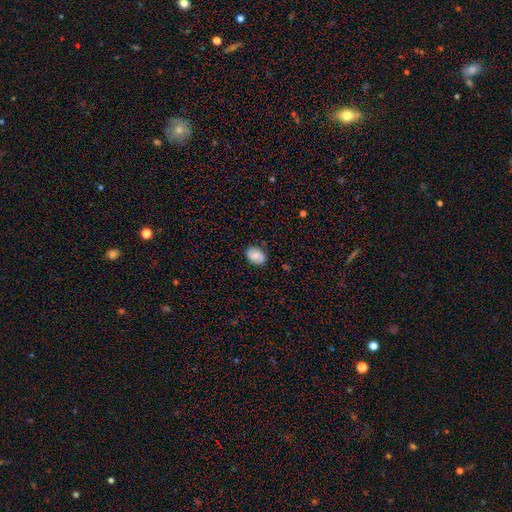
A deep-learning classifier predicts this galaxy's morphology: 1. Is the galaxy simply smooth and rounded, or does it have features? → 66% smooth, 27% featured or disk, 8% star or artifact.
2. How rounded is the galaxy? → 74% in between, 25% round, 1% cigar-shaped.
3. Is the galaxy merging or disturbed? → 82% none, 14% minor disturbance, 3% major disturbance, 1% merger.